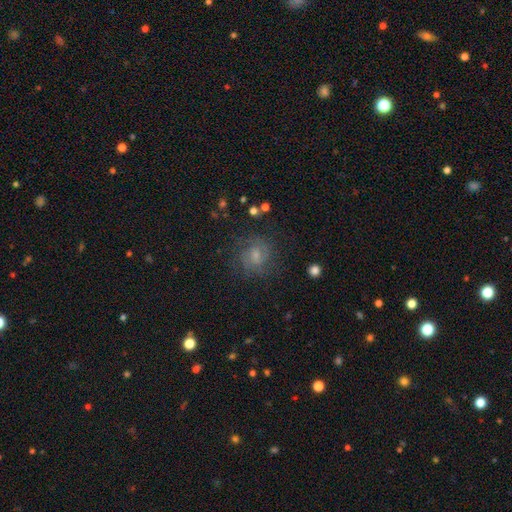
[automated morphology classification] Smooth or featured? Predicted: featured or disk (p=0.56). Edge-on disk? Predicted: no (p=0.97). Bar? Predicted: weak (p=0.49). Spiral arms? Predicted: yes (p=0.87). Bulge size? Predicted: small (p=0.40). Merging? Predicted: none (p=0.73).